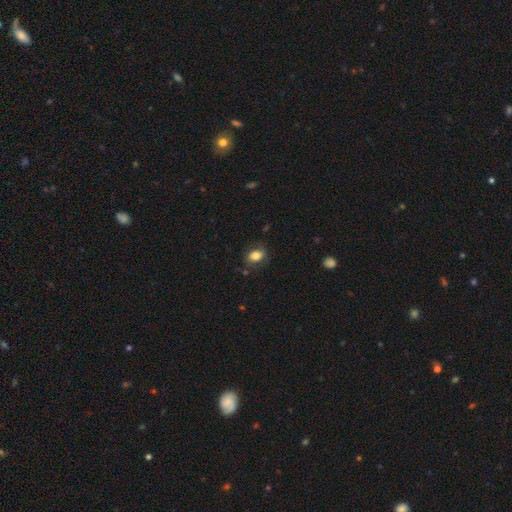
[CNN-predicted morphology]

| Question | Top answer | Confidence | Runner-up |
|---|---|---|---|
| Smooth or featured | smooth | 81% | featured or disk (10%) |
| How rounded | in between | 75% | round (24%) |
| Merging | none | 78% | minor disturbance (15%) |